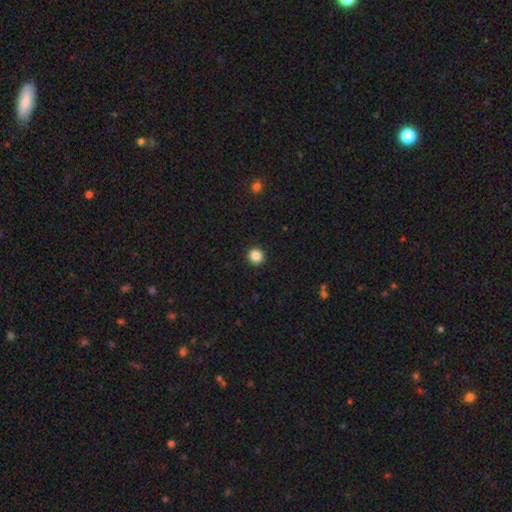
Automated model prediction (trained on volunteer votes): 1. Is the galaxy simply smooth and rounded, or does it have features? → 87% smooth, 10% star or artifact, 3% featured or disk.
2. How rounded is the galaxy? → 93% round, 6% in between, 1% cigar-shaped.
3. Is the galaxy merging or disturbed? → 93% none, 4% minor disturbance, 2% major disturbance, 1% merger.